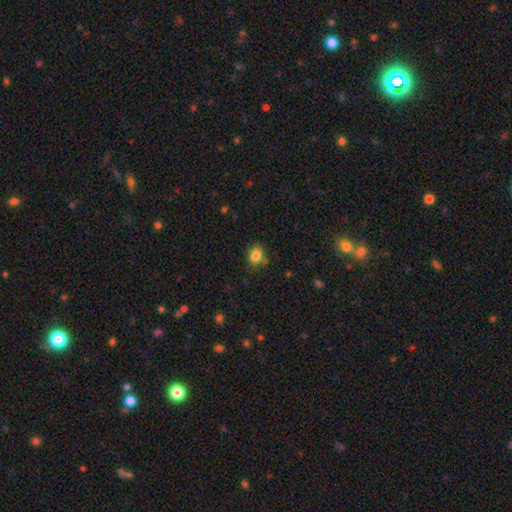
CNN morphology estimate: type=smooth (83%); roundness=round (50%); merging=none (75%).